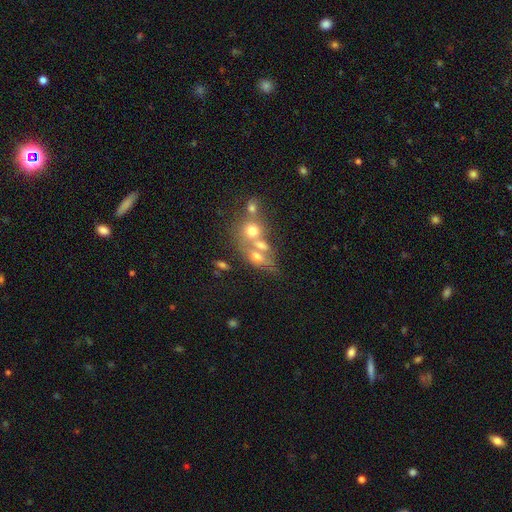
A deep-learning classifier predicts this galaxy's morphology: This is possibly a smooth galaxy (55%). How rounded: likely in between (64%). Merging: possibly merger (55%).